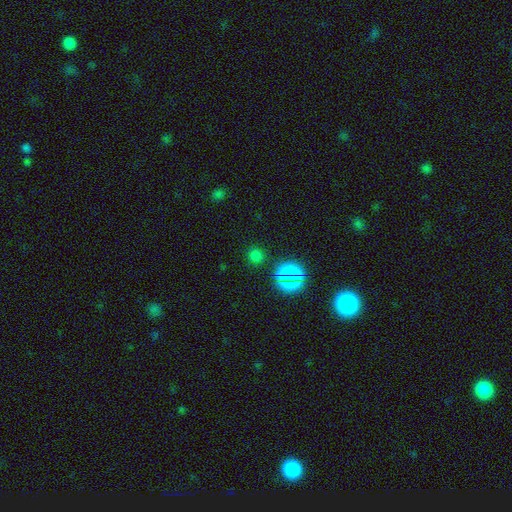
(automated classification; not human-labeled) The model was most divided on "smooth or featured": smooth: 65%, star or artifact: 30%, featured or disk: 5%. More confident: how rounded — round (91%); merging — none (86%).